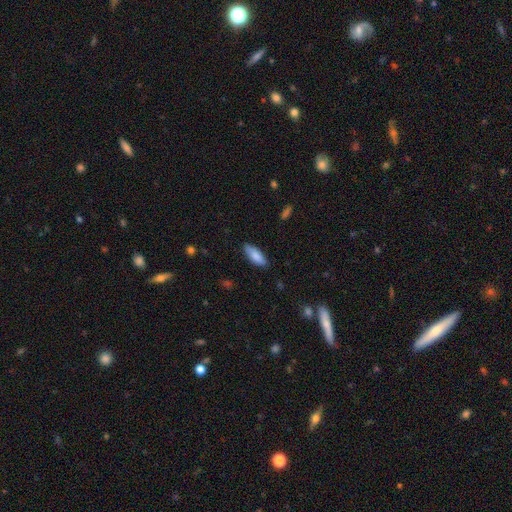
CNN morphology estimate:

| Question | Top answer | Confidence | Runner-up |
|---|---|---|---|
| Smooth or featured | smooth | 85% | featured or disk (10%) |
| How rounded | in between | 72% | cigar-shaped (27%) |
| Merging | none | 82% | minor disturbance (14%) |